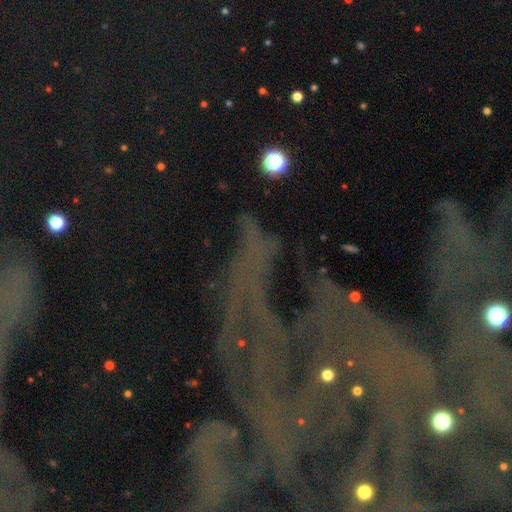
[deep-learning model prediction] Morphology: type=star or artifact (63%).